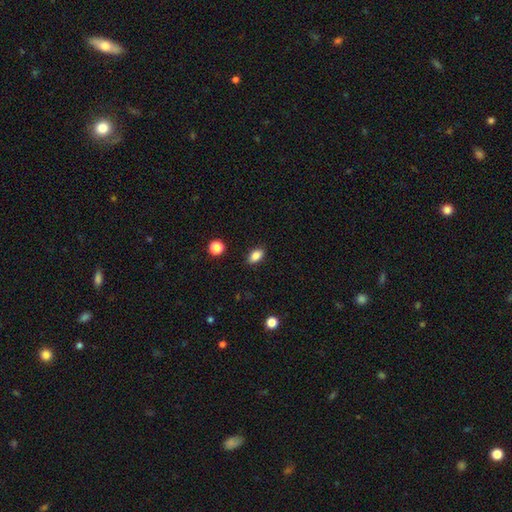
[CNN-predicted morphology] Overall: smooth (85%). How rounded: in between (88%). Merging: none (88%).